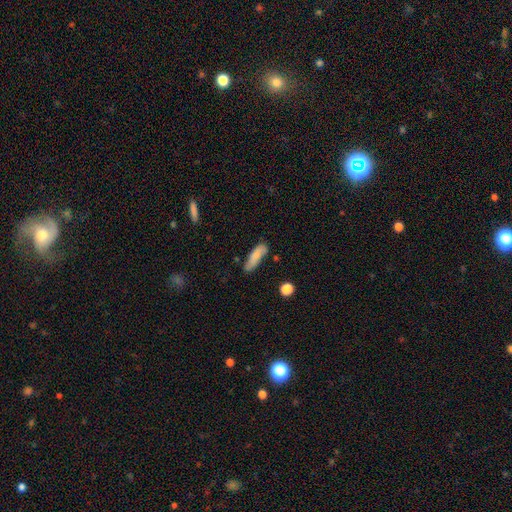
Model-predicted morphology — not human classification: Overall: smooth (79%). How rounded: cigar-shaped (54%; in between 44%). Merging: none (67%).